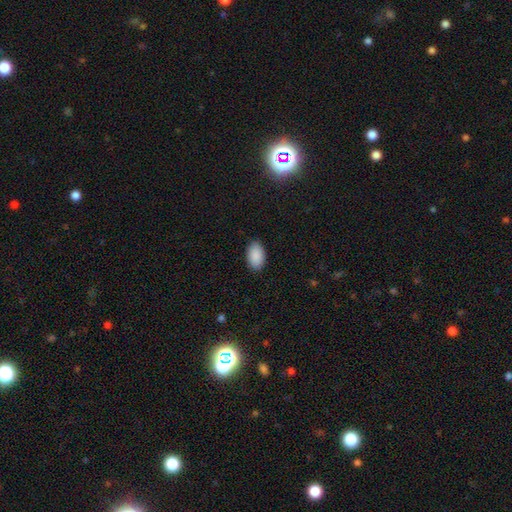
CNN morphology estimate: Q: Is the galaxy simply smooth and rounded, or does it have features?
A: smooth — 91%.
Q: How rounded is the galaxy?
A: in between — 94%.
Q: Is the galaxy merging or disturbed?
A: none — 89%.